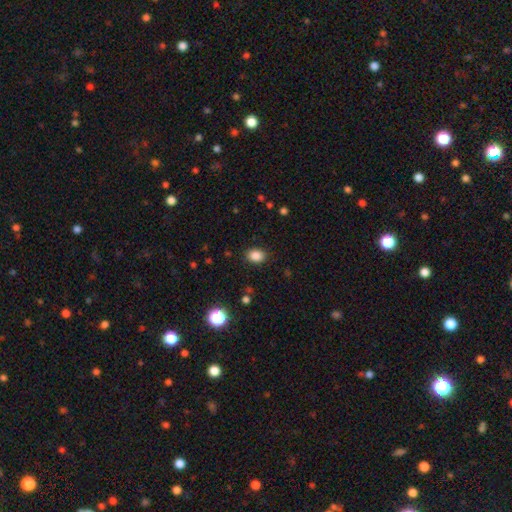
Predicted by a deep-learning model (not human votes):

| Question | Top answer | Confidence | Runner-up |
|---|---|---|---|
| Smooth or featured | smooth | 86% | star or artifact (11%) |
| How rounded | in between | 65% | round (34%) |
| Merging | none | 88% | minor disturbance (8%) |